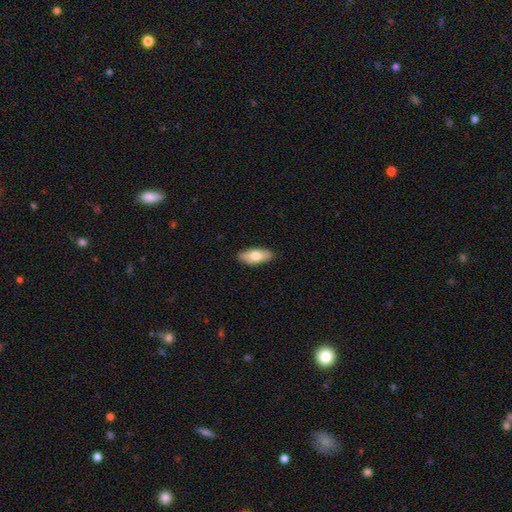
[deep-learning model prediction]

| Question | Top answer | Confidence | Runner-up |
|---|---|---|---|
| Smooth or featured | smooth | 72% | featured or disk (22%) |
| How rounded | in between | 77% | cigar-shaped (21%) |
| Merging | none | 88% | minor disturbance (9%) |